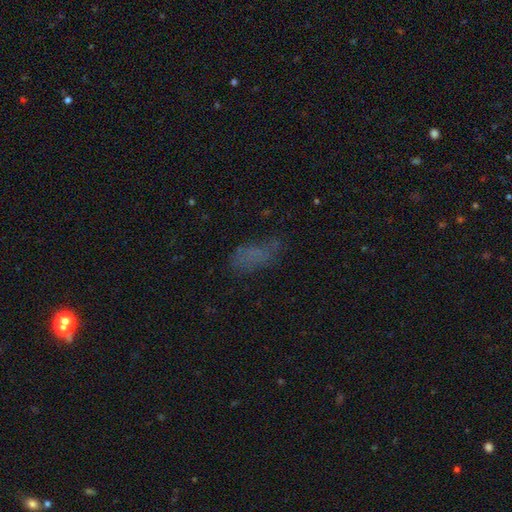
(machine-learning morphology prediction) Smooth or featured? smooth (57%)
How rounded? in between (83%)
Merging? none (54%)